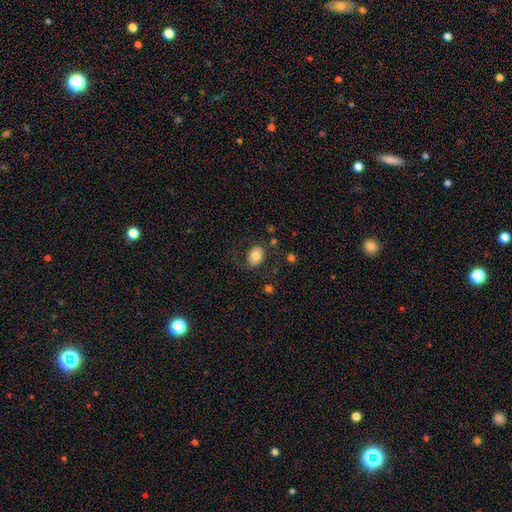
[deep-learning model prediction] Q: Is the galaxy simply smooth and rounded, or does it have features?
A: smooth — 77%.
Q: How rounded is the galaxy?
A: in between — 62%.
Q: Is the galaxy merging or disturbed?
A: none — 79%.